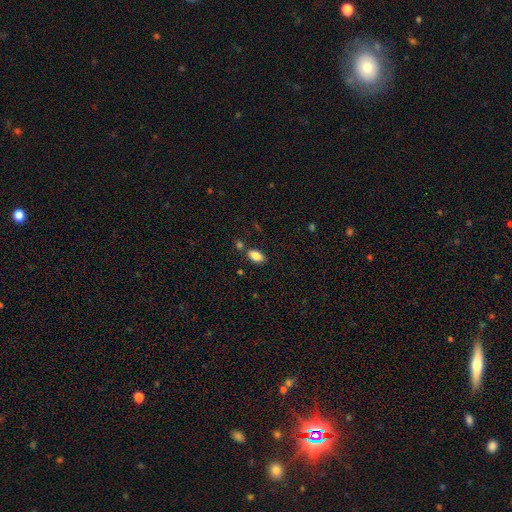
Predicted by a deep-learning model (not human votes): Morphology: type=smooth (85%); roundness=in between (92%); merging=none (76%).